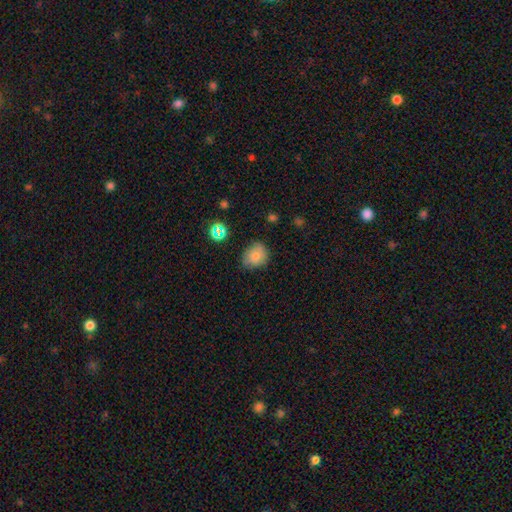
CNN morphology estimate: The model was most divided on "how rounded": round: 64%, in between: 35%, cigar-shaped: 1%. More confident: smooth or featured — smooth (76%); merging — none (71%).